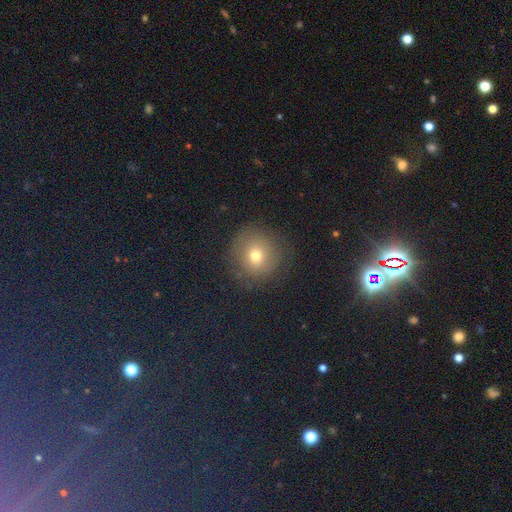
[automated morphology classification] smooth 67%, star or artifact 17%, featured or disk 15%. Down the decision tree: how rounded — round (91%); merging — none (82%).